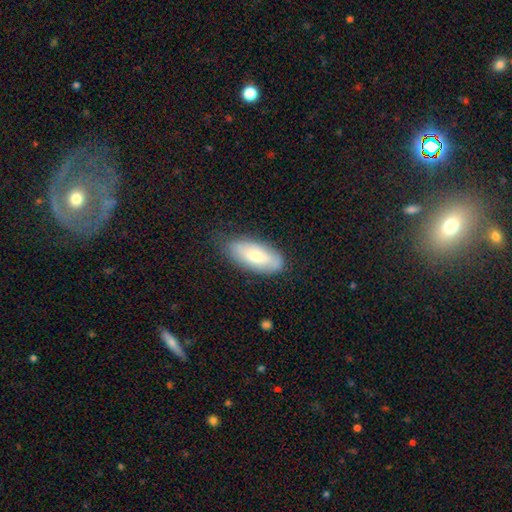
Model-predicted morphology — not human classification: This appears to be a smooth galaxy with no disk features (66%) that is in between round and cigar-shaped (88%). Merging: none (73%).